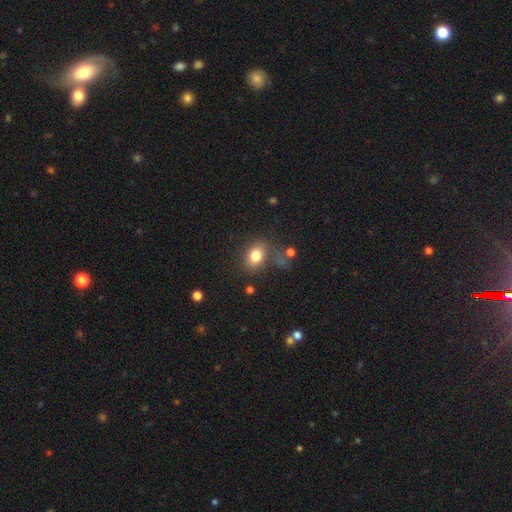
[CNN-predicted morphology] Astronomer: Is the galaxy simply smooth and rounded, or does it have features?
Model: smooth — 80%.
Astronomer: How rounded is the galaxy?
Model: in between — 65%.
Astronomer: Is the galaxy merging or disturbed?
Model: none — 62%.